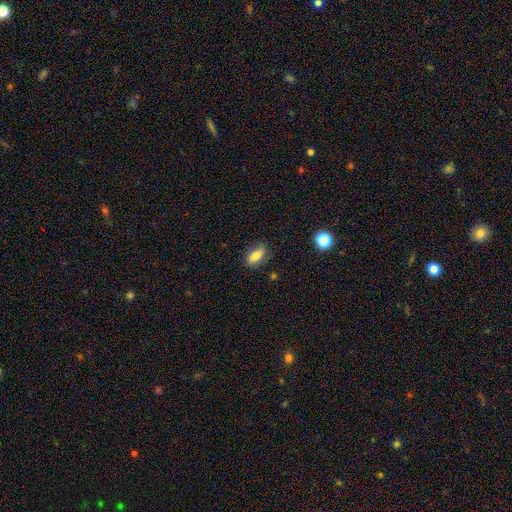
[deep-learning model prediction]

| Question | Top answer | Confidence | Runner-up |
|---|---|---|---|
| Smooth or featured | smooth | 74% | featured or disk (17%) |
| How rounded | in between | 79% | cigar-shaped (15%) |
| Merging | none | 80% | minor disturbance (15%) |